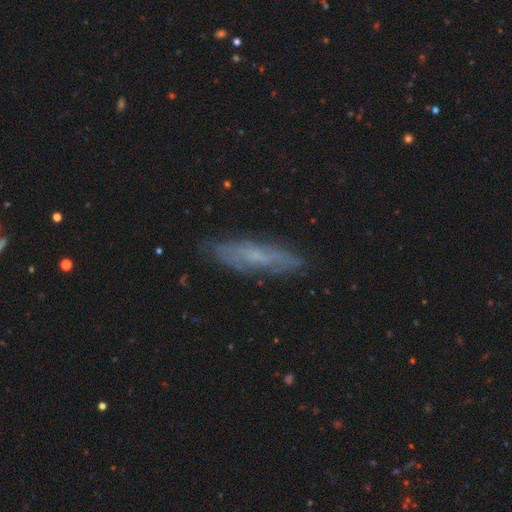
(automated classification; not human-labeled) This is possibly a featured or disk galaxy (49%). Merging: clearly none (81%).